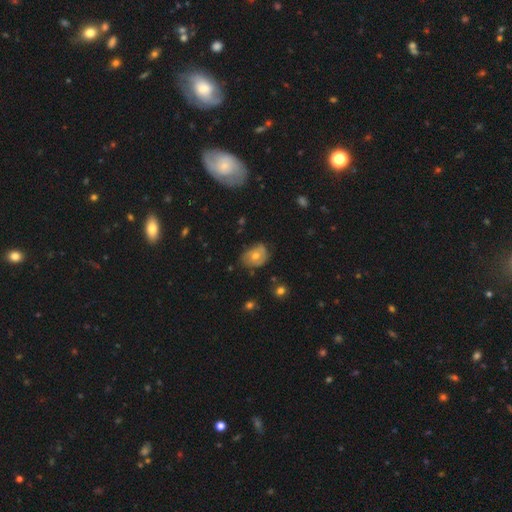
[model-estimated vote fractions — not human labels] smooth_or_featured: smooth (p=0.48) [alt: featured or disk p=0.41]
merging: none (p=0.59) [alt: minor disturbance p=0.30]